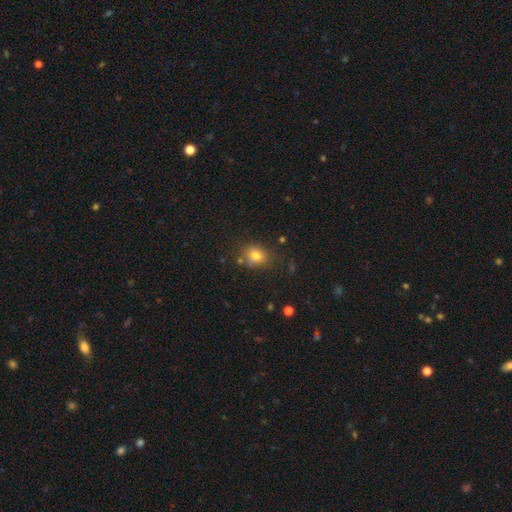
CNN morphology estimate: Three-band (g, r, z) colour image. It shows a smooth galaxy with no disk features (76%) that is round (58%). Merging: none (72%).